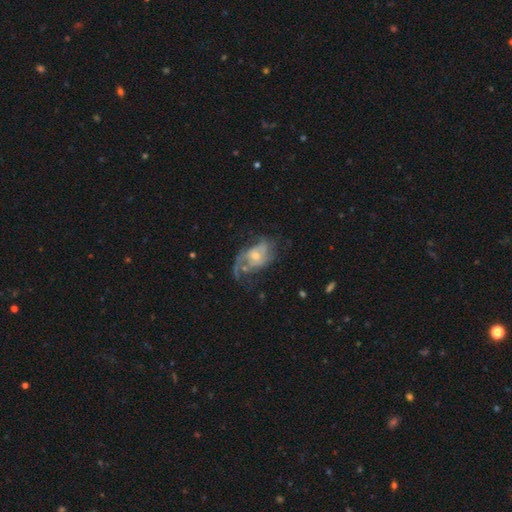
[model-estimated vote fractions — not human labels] smooth_or_featured: featured or disk (p=0.78) [alt: smooth p=0.15]
disk_edge_on: no (p=0.97) [alt: yes p=0.03]
bar: no (p=0.67) [alt: weak p=0.28]
has_spiral_arms: yes (p=0.86) [alt: no p=0.14]
spiral_winding: medium (p=0.40) [alt: loose p=0.37]
spiral_arm_count: 2 (p=0.40) [alt: can't tell p=0.24]
bulge_size: moderate (p=0.48) [alt: small p=0.46]
merging: none (p=0.43) [alt: major disturbance p=0.32]